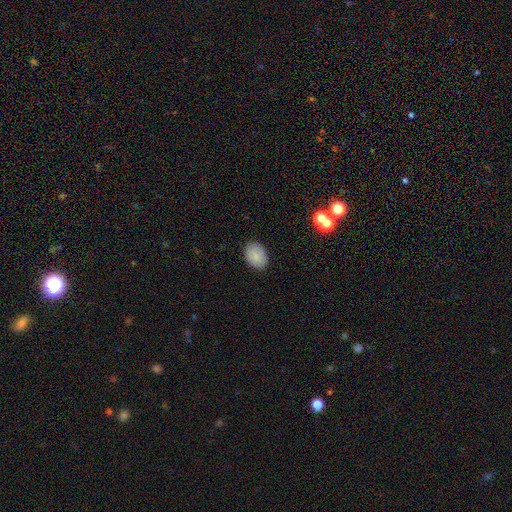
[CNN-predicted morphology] Smooth or featured: smooth — 85% (star or artifact — 8%)
How rounded: in between — 76% (round — 23%)
Merging: none — 88% (minor disturbance — 9%)